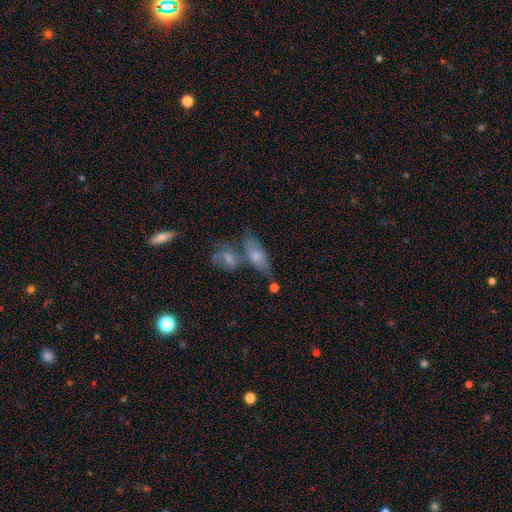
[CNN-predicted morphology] Smooth or featured?
  - smooth: 65% *
  - featured or disk: 27%
  - star or artifact: 8%
How rounded?
  - in between: 68% *
  - cigar-shaped: 26%
  - round: 6%
Merging?
  - none: 46% *
  - merger: 31%
  - minor disturbance: 16%
  - major disturbance: 7%